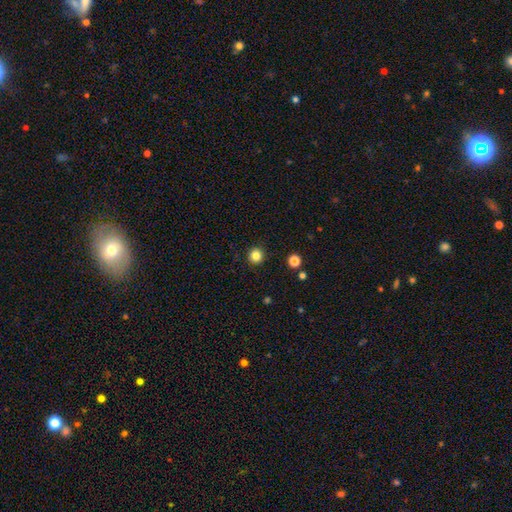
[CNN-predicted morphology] This is clearly a smooth galaxy (84%). How rounded: clearly round (94%). Merging: clearly none (92%).